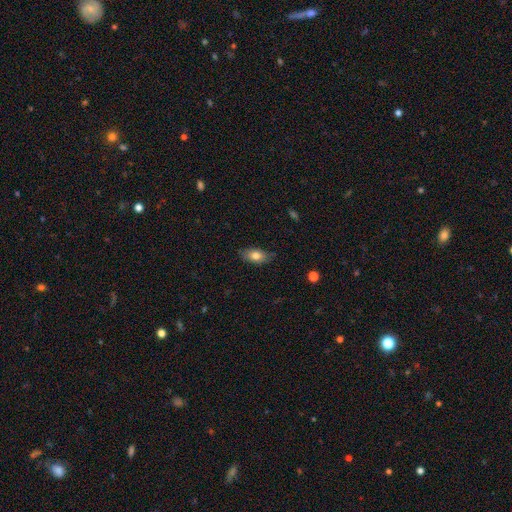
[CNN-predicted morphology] type=smooth (76%); roundness=in between (88%); merging=none (77%).